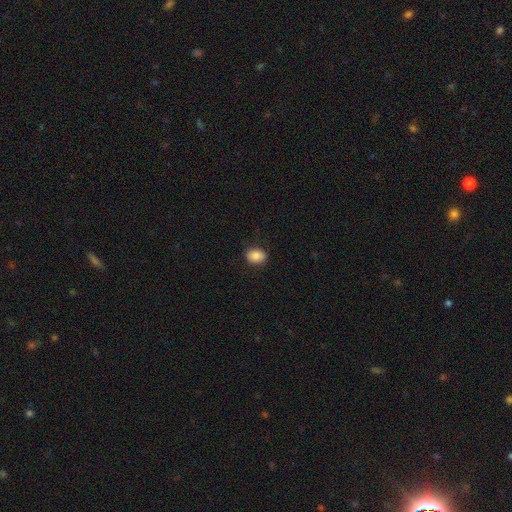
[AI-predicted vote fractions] The model was most divided on "how rounded": in between: 63%, round: 36%, cigar-shaped: 1%. More confident: smooth or featured — smooth (87%); merging — none (86%).